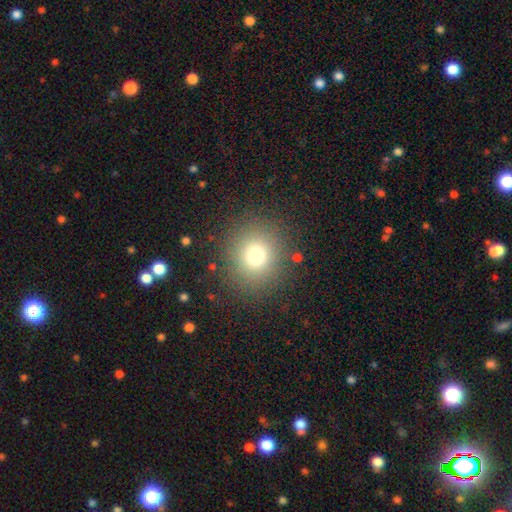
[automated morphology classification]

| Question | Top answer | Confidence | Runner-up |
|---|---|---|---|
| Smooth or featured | smooth | 73% | star or artifact (18%) |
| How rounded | round | 87% | in between (12%) |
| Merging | none | 86% | minor disturbance (8%) |